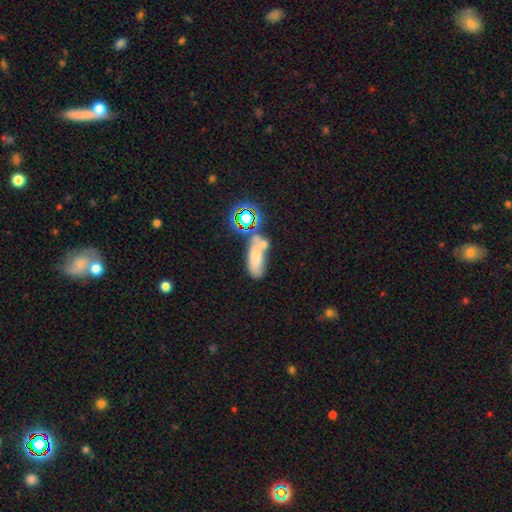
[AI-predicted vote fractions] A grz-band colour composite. It shows a smooth galaxy with no disk features (60%) that is in between round and cigar-shaped (70%). Merging: none (38%).